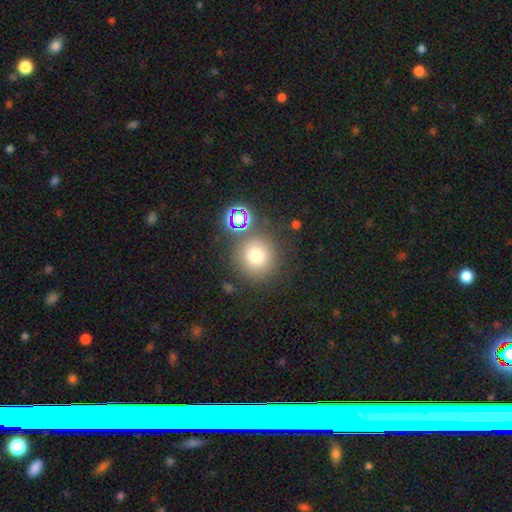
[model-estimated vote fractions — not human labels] smooth-or-featured: smooth: 73% | star or artifact: 18% | featured or disk: 9%
  how-rounded: round: 93% | in between: 6% | cigar-shaped: 1%
  merging: none: 79% | minor disturbance: 9% | merger: 9% | major disturbance: 4%